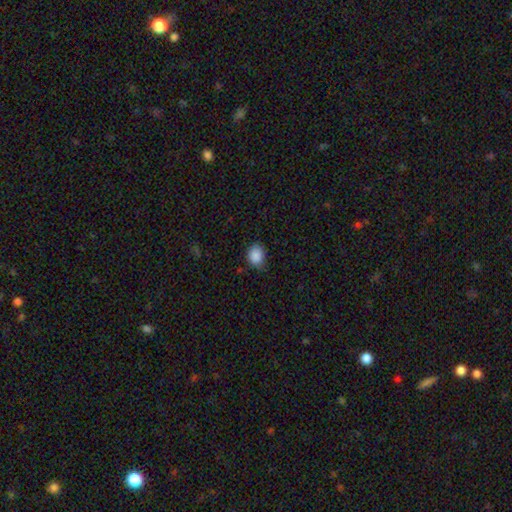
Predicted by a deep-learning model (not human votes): Smooth or featured: smooth — 88% (star or artifact — 9%)
How rounded: round — 58% (in between — 41%)
Merging: none — 70% (minor disturbance — 24%)